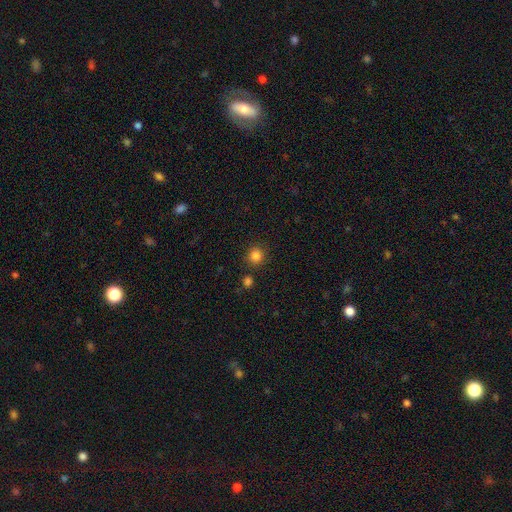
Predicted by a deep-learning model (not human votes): Smooth or featured?
  - smooth: 84% *
  - star or artifact: 12%
  - featured or disk: 4%
How rounded?
  - round: 92% *
  - in between: 7%
  - cigar-shaped: 1%
Merging?
  - none: 85% *
  - minor disturbance: 7%
  - merger: 5%
  - major disturbance: 3%